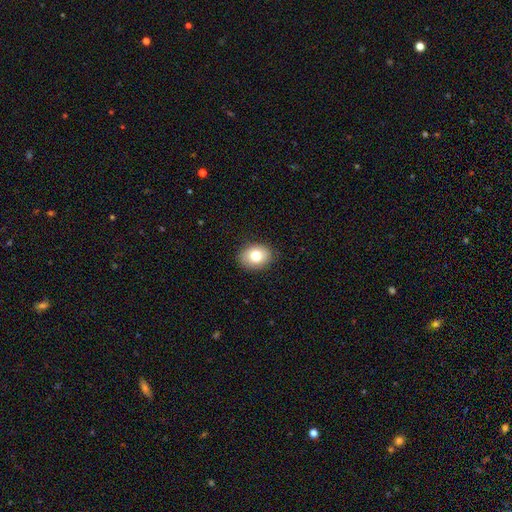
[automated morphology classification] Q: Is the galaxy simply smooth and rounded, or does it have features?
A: smooth — 78%.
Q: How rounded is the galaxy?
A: in between — 65%.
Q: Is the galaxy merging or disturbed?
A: none — 87%.